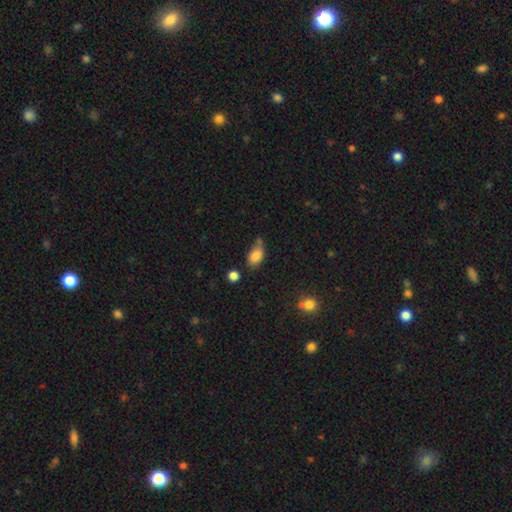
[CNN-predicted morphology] A smooth galaxy with no disk features (83%) that is in between round and cigar-shaped (87%).

Vote fractions:
- Smooth or featured? smooth: 83% / star or artifact: 9% / featured or disk: 8%
- How rounded? in between: 87% / round: 10% / cigar-shaped: 2%
- Merging? none: 51% / minor disturbance: 29% / merger: 12% / major disturbance: 7%